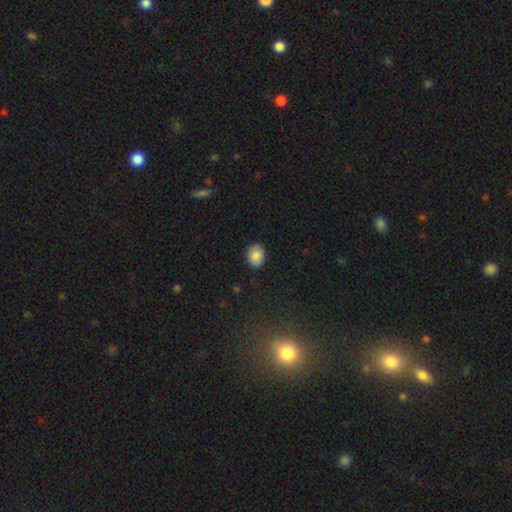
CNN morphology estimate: Smooth or featured?
  - smooth: 85% *
  - star or artifact: 8%
  - featured or disk: 7%
How rounded?
  - in between: 64% *
  - round: 35%
  - cigar-shaped: 1%
Merging?
  - none: 88% *
  - minor disturbance: 9%
  - major disturbance: 2%
  - merger: 1%